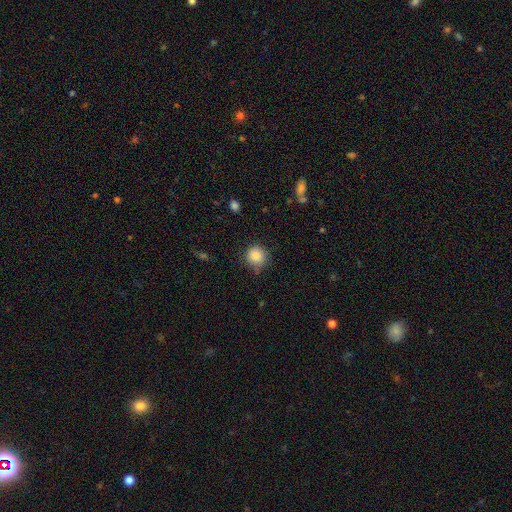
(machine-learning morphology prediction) The model was most divided on "merging": none: 77%, minor disturbance: 17%, major disturbance: 4%, merger: 2%. More confident: how rounded — round (92%); smooth or featured — smooth (86%).